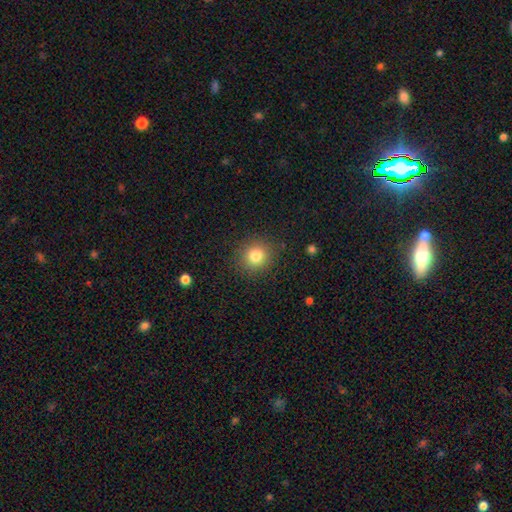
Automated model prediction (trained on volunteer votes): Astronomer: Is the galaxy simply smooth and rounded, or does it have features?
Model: smooth — 81%.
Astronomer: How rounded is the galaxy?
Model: round — 86%.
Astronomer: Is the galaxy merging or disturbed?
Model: none — 88%.